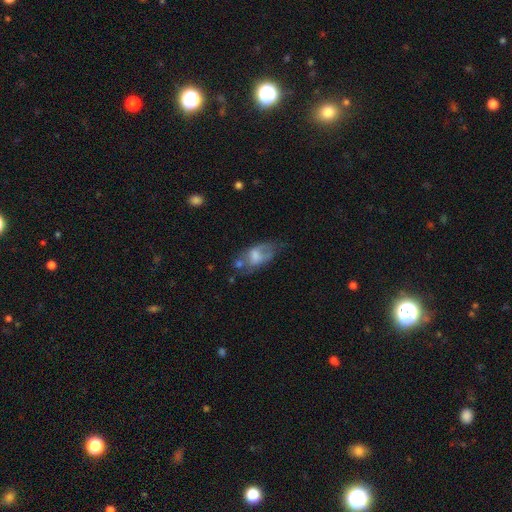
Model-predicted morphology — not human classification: Smooth or featured? Predicted: smooth (p=0.49). Merging? Predicted: none (p=0.38).